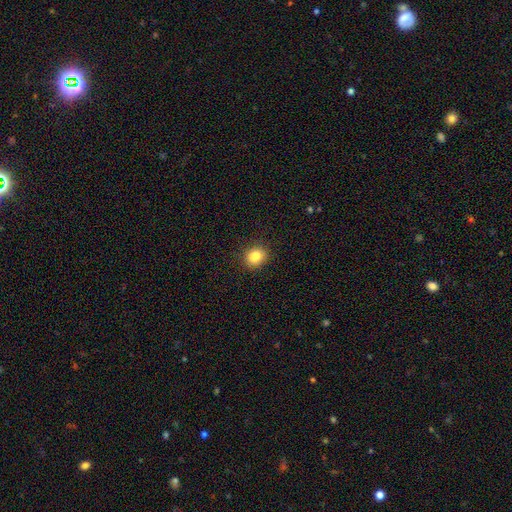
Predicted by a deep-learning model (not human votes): Smooth or featured: smooth — 84% (star or artifact — 10%)
How rounded: round — 65% (in between — 34%)
Merging: none — 88% (minor disturbance — 8%)